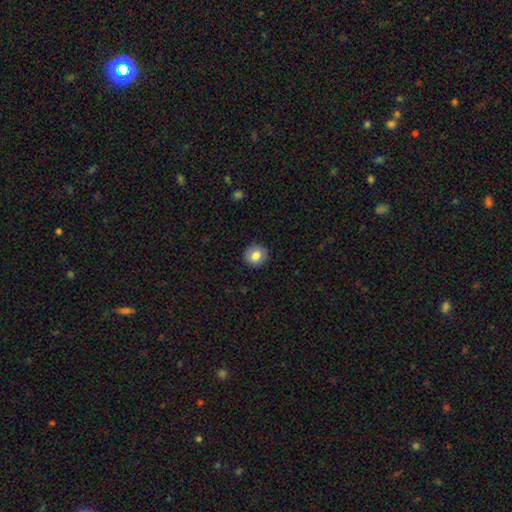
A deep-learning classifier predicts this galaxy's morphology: smooth_or_featured: smooth (p=0.82) [alt: featured or disk p=0.09]
how_rounded: round (p=0.89) [alt: in between p=0.10]
merging: none (p=0.91) [alt: minor disturbance p=0.06]